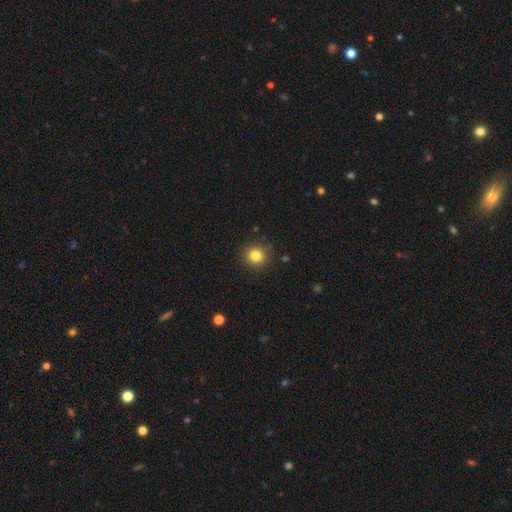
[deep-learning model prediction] Smooth or featured? Predicted: smooth (p=0.82). How rounded? Predicted: round (p=0.92). Merging? Predicted: none (p=0.89).